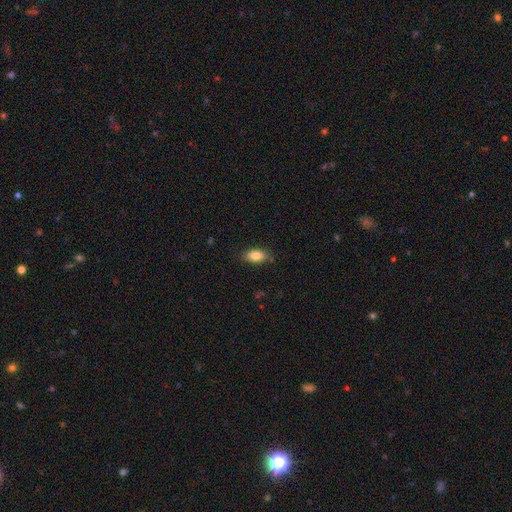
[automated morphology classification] smooth 85%, star or artifact 7%, featured or disk 7%. Down the decision tree: how rounded — in between (90%); merging — none (83%).